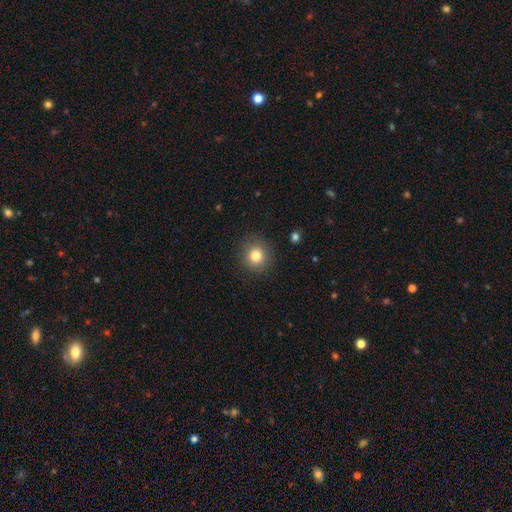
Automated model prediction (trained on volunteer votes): smooth_or_featured: smooth (p=0.80) [alt: star or artifact p=0.12]
how_rounded: round (p=0.92) [alt: in between p=0.07]
merging: none (p=0.89) [alt: minor disturbance p=0.07]